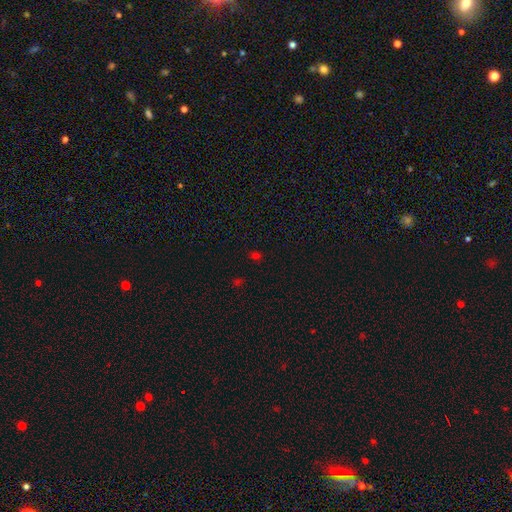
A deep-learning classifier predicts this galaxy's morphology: Smooth or featured: smooth — 54% (star or artifact — 41%)
How rounded: in between — 52% (round — 46%)
Merging: none — 80% (minor disturbance — 12%)